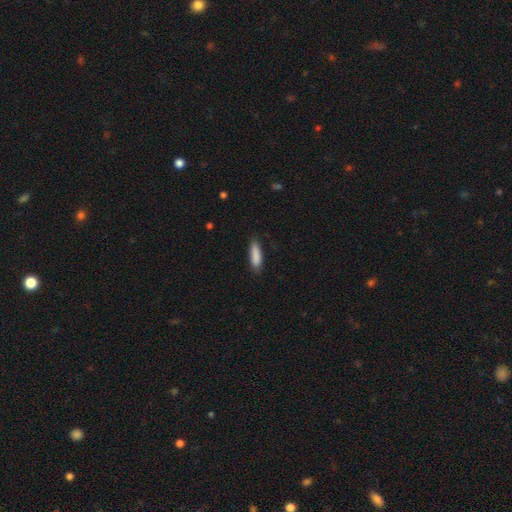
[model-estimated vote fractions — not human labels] Smooth or featured? Predicted: smooth (p=0.87). How rounded? Predicted: cigar-shaped (p=0.65). Merging? Predicted: none (p=0.81).